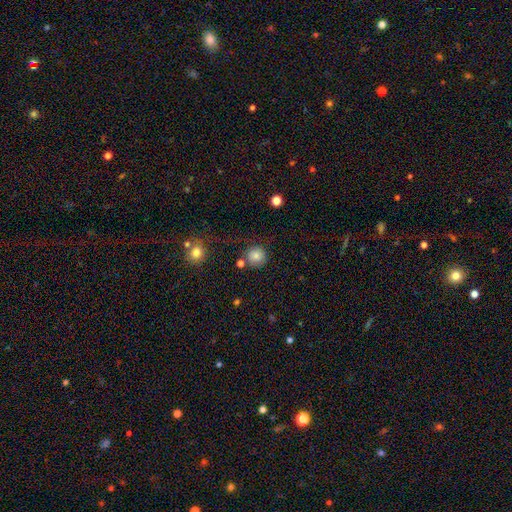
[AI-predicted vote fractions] Overall: smooth (81%). How rounded: round (92%). Merging: none (75%).